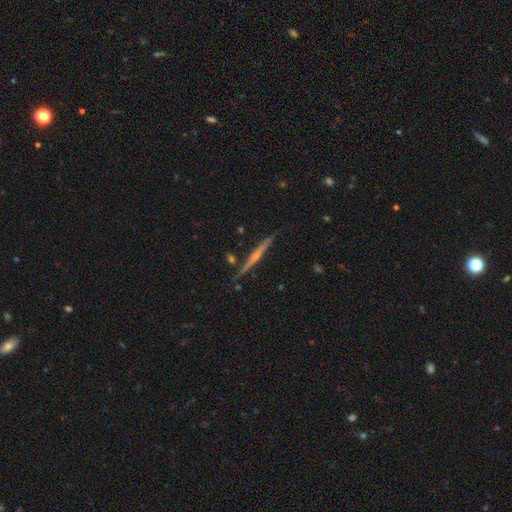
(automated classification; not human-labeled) featured or disk 73%, smooth 21%, star or artifact 6%. Down the decision tree: edge-on disk — yes (98%); edge-on bulge — rounded (64%); merging — none (86%).